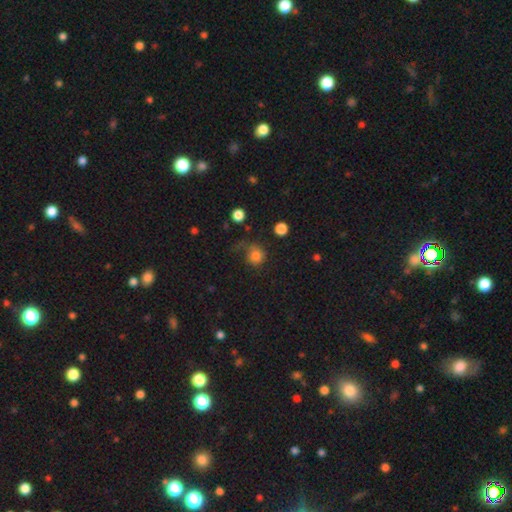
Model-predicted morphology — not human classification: Smooth or featured? Predicted: smooth (p=0.81). How rounded? Predicted: round (p=0.86). Merging? Predicted: none (p=0.52).